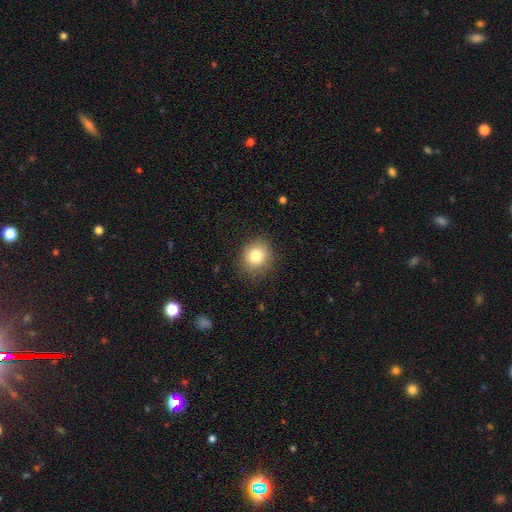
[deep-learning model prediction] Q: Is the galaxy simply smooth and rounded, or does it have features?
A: smooth — 80%.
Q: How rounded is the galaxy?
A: round — 81%.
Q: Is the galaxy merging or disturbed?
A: none — 87%.